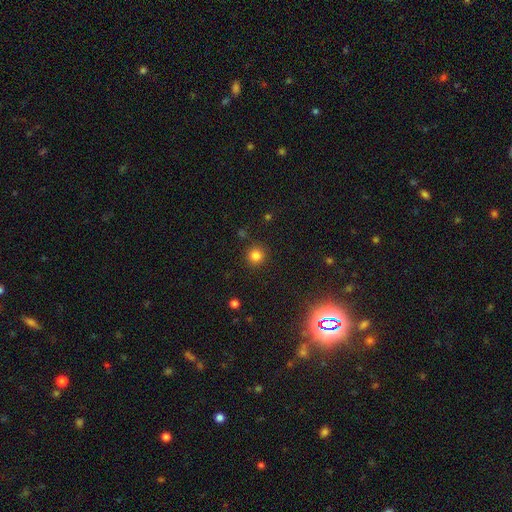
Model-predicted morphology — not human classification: A smooth galaxy with no disk features (82%) that is round (94%). Merging: none (89%).